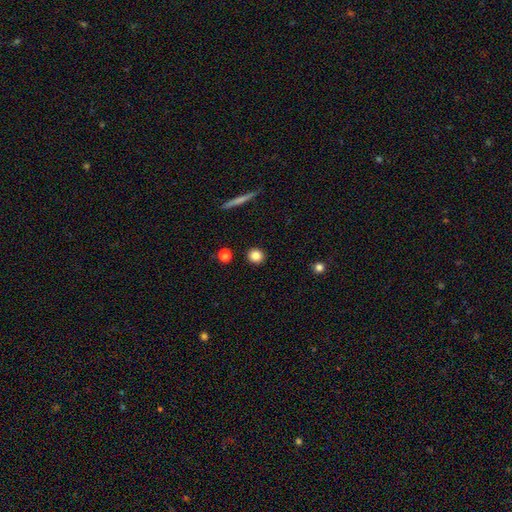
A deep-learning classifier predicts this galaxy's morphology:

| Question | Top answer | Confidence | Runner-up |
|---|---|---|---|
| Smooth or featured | smooth | 83% | star or artifact (10%) |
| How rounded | round | 90% | in between (8%) |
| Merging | none | 92% | minor disturbance (5%) |